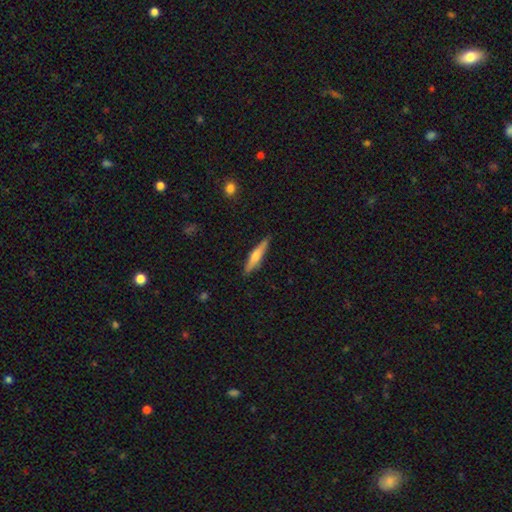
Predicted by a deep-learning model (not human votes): Smooth or featured?
  - featured or disk: 52% *
  - smooth: 42%
  - star or artifact: 6%
Edge-on disk?
  - yes: 96% *
  - no: 4%
Edge-on bulge?
  - rounded: 81% *
  - none: 11%
  - boxy: 8%
Merging?
  - none: 89% *
  - minor disturbance: 8%
  - major disturbance: 2%
  - merger: 1%